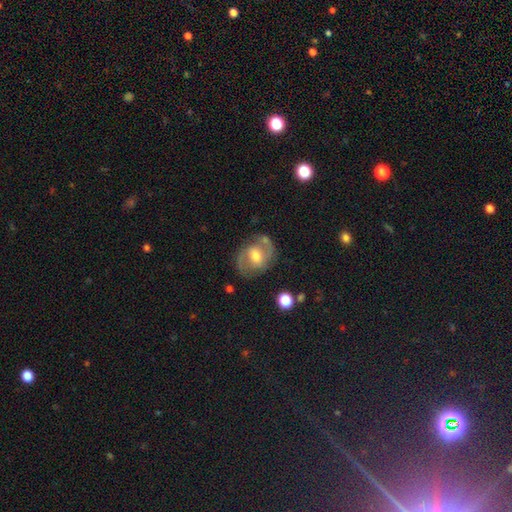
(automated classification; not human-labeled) smooth-or-featured: featured or disk: 75% | smooth: 18% | star or artifact: 7%
  disk-edge-on: no: 97% | yes: 3%
    bar: weak: 48% | no: 33% | strong: 18%
    has-spiral-arms: yes: 88% | no: 12%
      spiral-winding: medium: 55% | tight: 25% | loose: 20%
      spiral-arm-count: 2: 88% | can't tell: 6% | 1: 3% | 3: 1% | 4: 1% | more than 4: 1%
    bulge-size: moderate: 68% | small: 20% | large: 10% | none: 2% | dominant: 1%
  merging: none: 74% | minor disturbance: 16% | major disturbance: 6% | merger: 4%